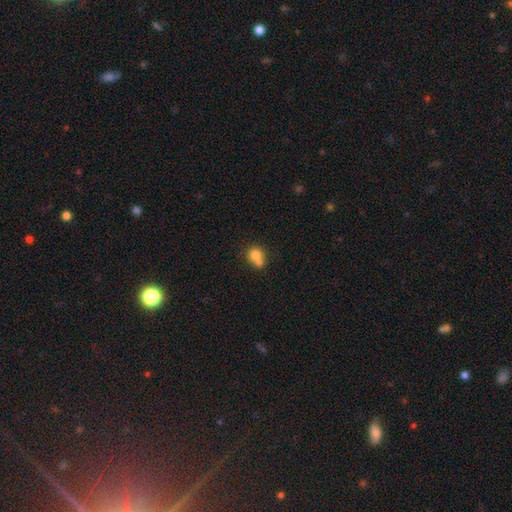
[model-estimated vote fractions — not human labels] Smooth or featured? smooth (75%)
How rounded? round (77%)
Merging? merger (51%)